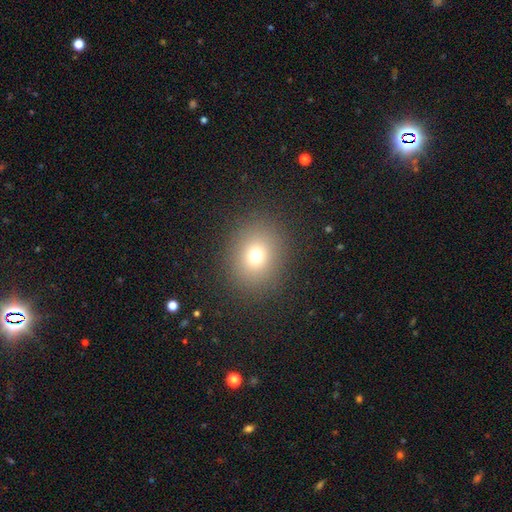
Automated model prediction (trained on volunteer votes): A smooth galaxy with no disk features (72%) that is round (69%).

Vote fractions:
- Smooth or featured? smooth: 72% / star or artifact: 18% / featured or disk: 10%
- How rounded? round: 69% / in between: 30% / cigar-shaped: 1%
- Merging? none: 88% / minor disturbance: 7% / major disturbance: 4% / merger: 1%